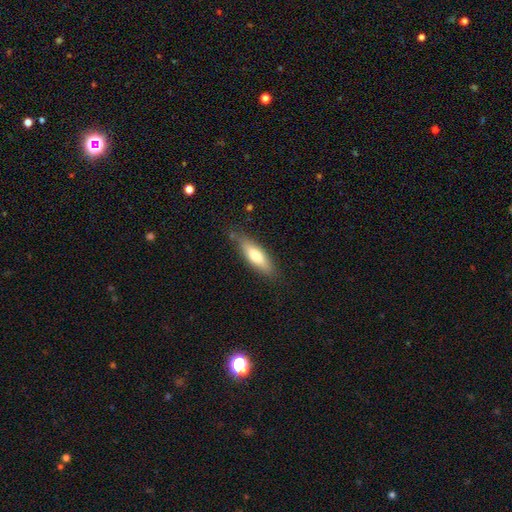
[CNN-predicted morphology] The model was most divided on "how rounded": cigar-shaped: 54%, in between: 44%, round: 2%. More confident: merging — none (78%); smooth or featured — smooth (65%).